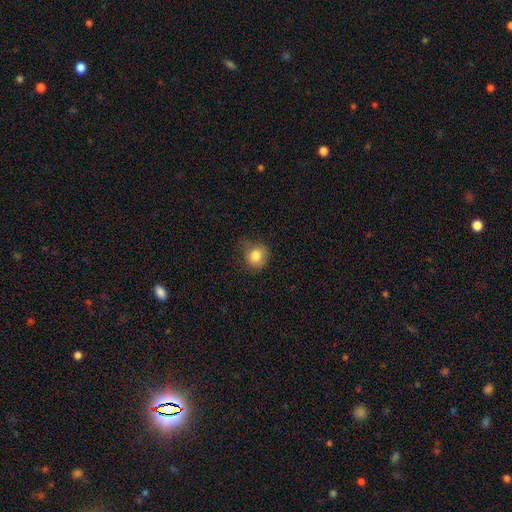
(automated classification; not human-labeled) smooth_or_featured: smooth (p=0.82) [alt: star or artifact p=0.10]
how_rounded: round (p=0.80) [alt: in between p=0.19]
merging: none (p=0.61) [alt: minor disturbance p=0.28]